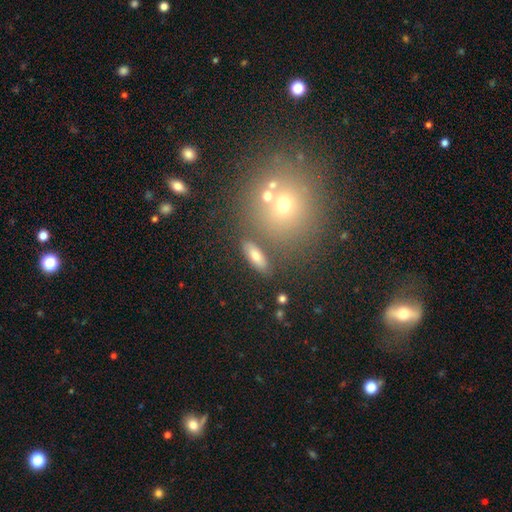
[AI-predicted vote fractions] Smooth or featured: smooth — 67% (featured or disk — 21%)
How rounded: in between — 55% (cigar-shaped — 32%)
Merging: none — 78% (minor disturbance — 10%)